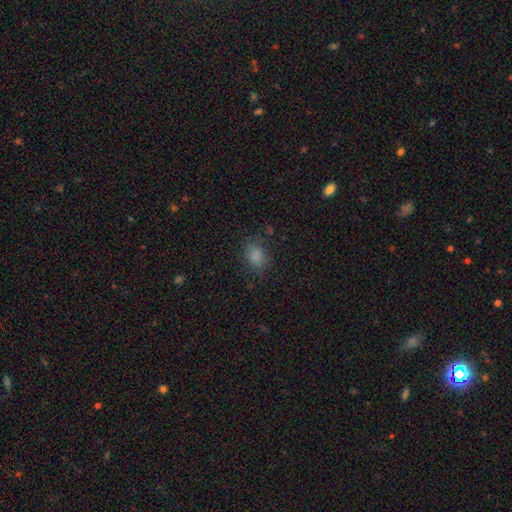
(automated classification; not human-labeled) The model was most divided on "how rounded": in between: 69%, round: 30%, cigar-shaped: 1%. More confident: smooth or featured — smooth (82%); merging — none (74%).